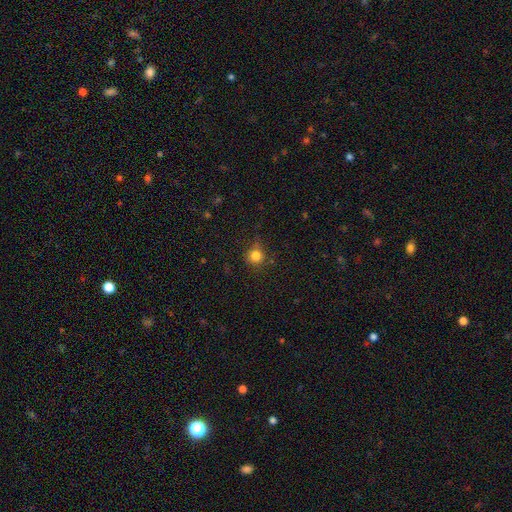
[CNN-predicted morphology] A smooth galaxy with no disk features (82%) that is round (91%).

Vote fractions:
- Smooth or featured? smooth: 82% / star or artifact: 13% / featured or disk: 5%
- How rounded? round: 91% / in between: 8% / cigar-shaped: 1%
- Merging? none: 80% / minor disturbance: 14% / major disturbance: 4% / merger: 2%